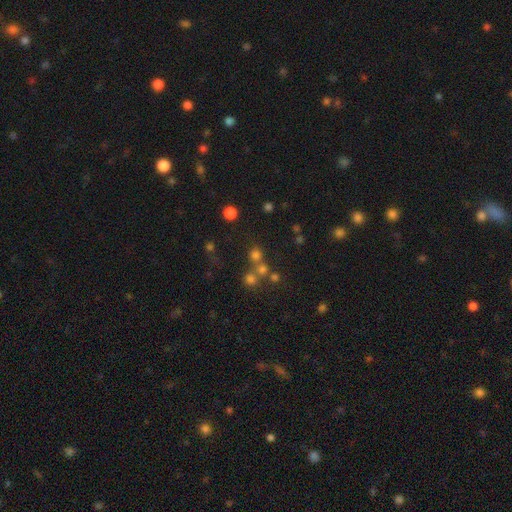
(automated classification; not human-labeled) Q: Smooth or featured?
A: smooth (56%); runner-up: star or artifact (32%)
Q: How rounded?
A: round (89%); runner-up: in between (10%)
Q: Merging?
A: none (61%); runner-up: merger (28%)